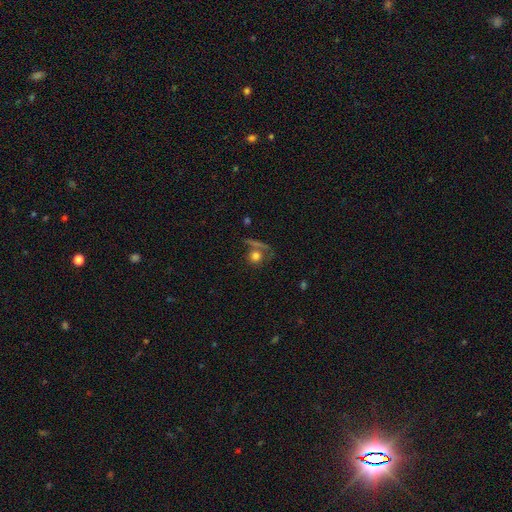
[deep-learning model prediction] The model was most divided on "merging": none: 57%, merger: 20%, minor disturbance: 13%, major disturbance: 10%. More confident: how rounded — round (82%); smooth or featured — smooth (72%).